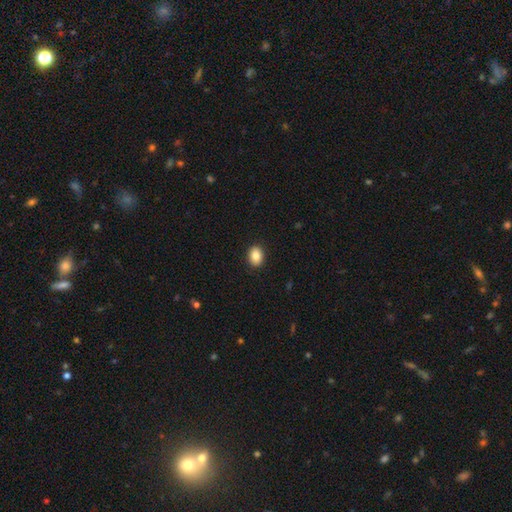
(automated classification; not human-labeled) A smooth galaxy with no disk features (86%) that is in between round and cigar-shaped (67%). Merging: none (91%).